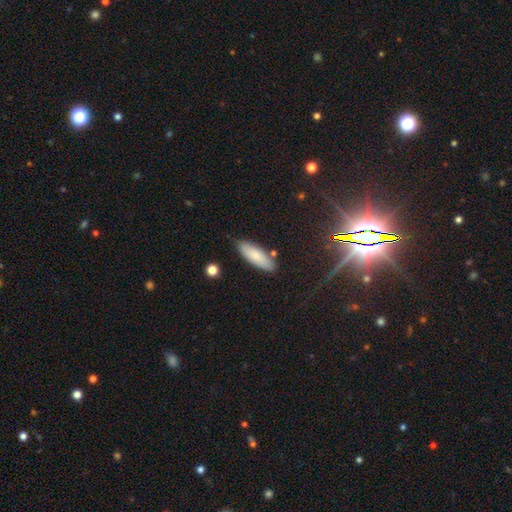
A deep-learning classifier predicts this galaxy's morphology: This is clearly a smooth galaxy (81%). How rounded: possibly in between (59%). Merging: clearly none (84%).